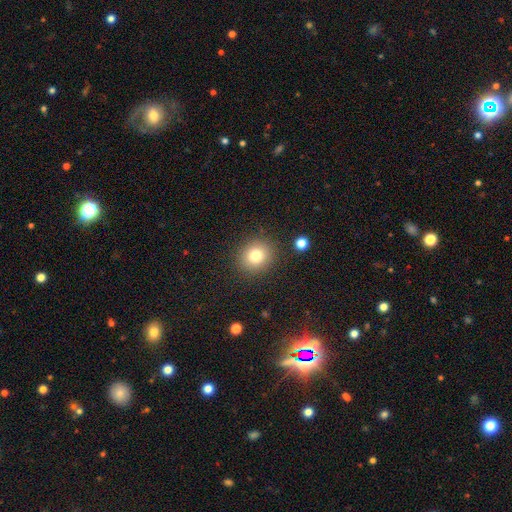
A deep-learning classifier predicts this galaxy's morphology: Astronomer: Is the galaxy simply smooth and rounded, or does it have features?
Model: smooth — 78%.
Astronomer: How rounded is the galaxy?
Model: round — 83%.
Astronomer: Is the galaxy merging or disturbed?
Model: none — 88%.